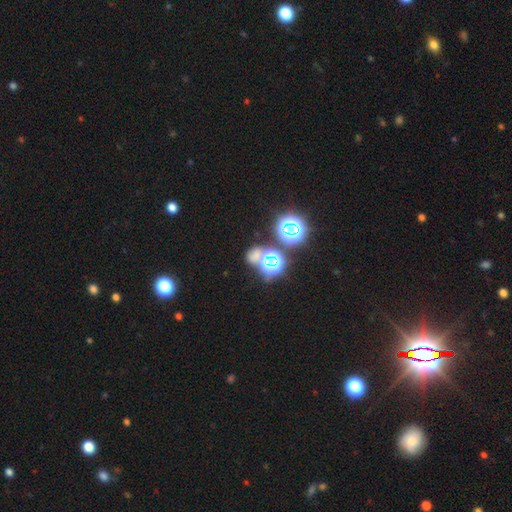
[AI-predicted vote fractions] Q: Smooth or featured?
A: star or artifact (55%); runner-up: smooth (35%)